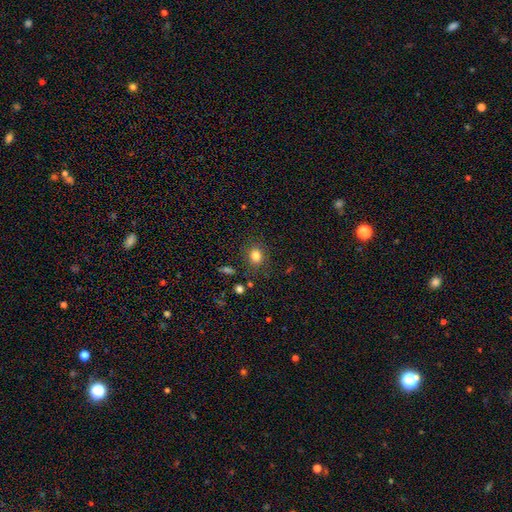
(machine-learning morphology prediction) Smooth or featured: smooth — 81% (star or artifact — 12%)
How rounded: round — 66% (in between — 32%)
Merging: none — 82% (minor disturbance — 12%)